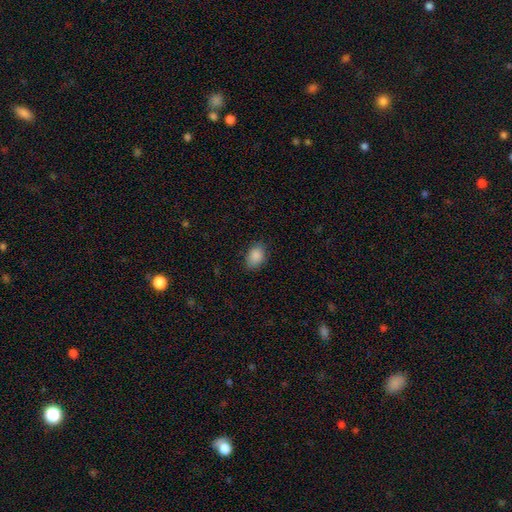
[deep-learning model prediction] A smooth galaxy with no disk features (88%) that is in between round and cigar-shaped (82%).

Vote fractions:
- Smooth or featured? smooth: 88% / star or artifact: 8% / featured or disk: 4%
- How rounded? in between: 82% / round: 17% / cigar-shaped: 1%
- Merging? none: 83% / minor disturbance: 13% / major disturbance: 3% / merger: 1%